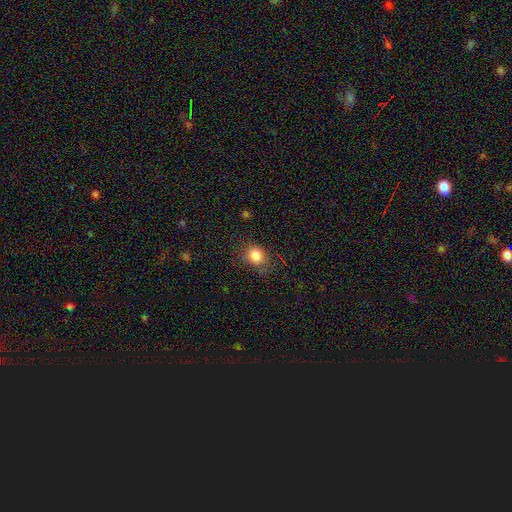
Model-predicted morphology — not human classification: smooth 84%, star or artifact 11%, featured or disk 6%. Down the decision tree: how rounded — round (63%); merging — none (74%).